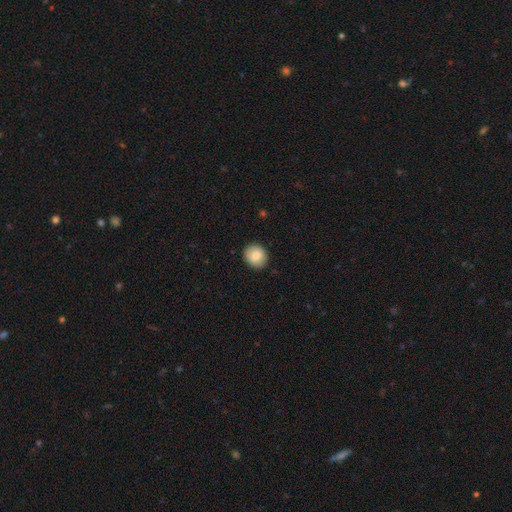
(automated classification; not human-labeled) A smooth galaxy with no disk features (83%) that is round (79%).

Vote fractions:
- Smooth or featured? smooth: 83% / featured or disk: 9% / star or artifact: 8%
- How rounded? round: 79% / in between: 20% / cigar-shaped: 1%
- Merging? none: 89% / minor disturbance: 8% / major disturbance: 2% / merger: 1%